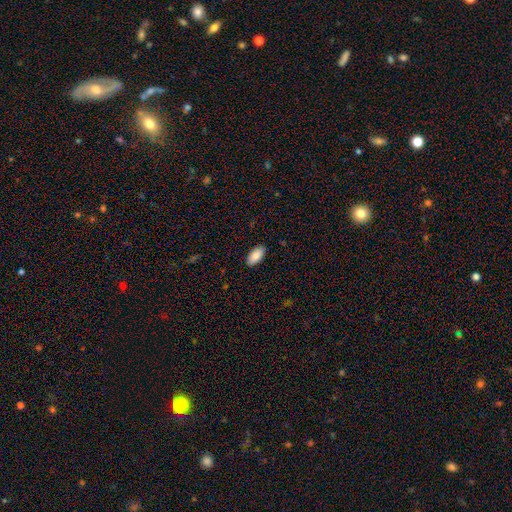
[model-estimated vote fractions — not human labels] Smooth or featured? smooth (85%)
How rounded? in between (93%)
Merging? none (89%)